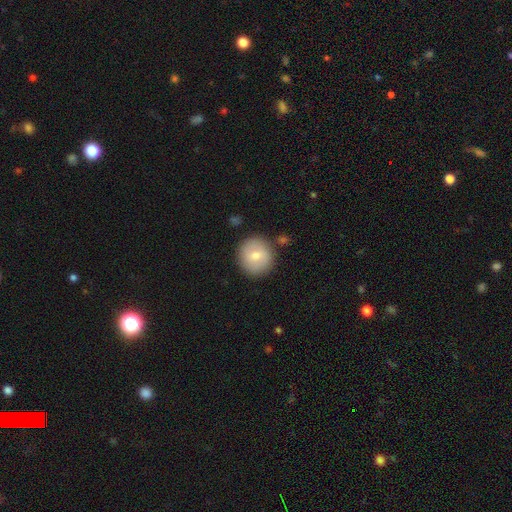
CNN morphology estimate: Smooth or featured? Predicted: smooth (p=0.69). How rounded? Predicted: round (p=0.92). Merging? Predicted: none (p=0.84).